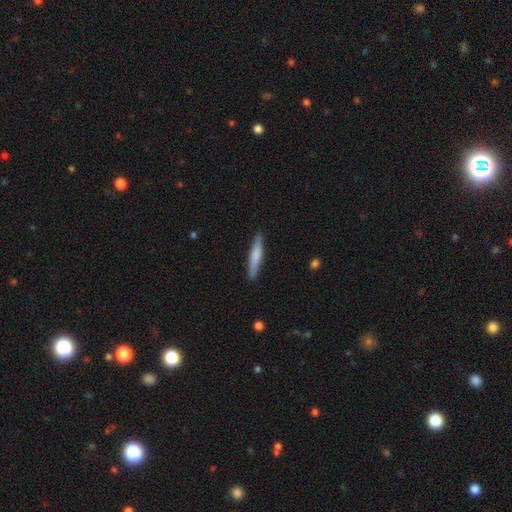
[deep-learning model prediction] Smooth or featured? smooth (71%)
How rounded? cigar-shaped (92%)
Merging? none (88%)